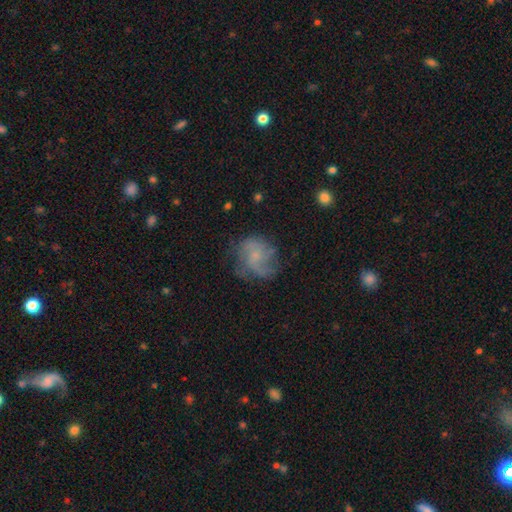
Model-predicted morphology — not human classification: A featured or disk galaxy (61%) with no bar (75%), can't tell (28%, tied with 3) medium (45%) spiral arms (85%) and a small central bulge (60%). Merging: none (59%).